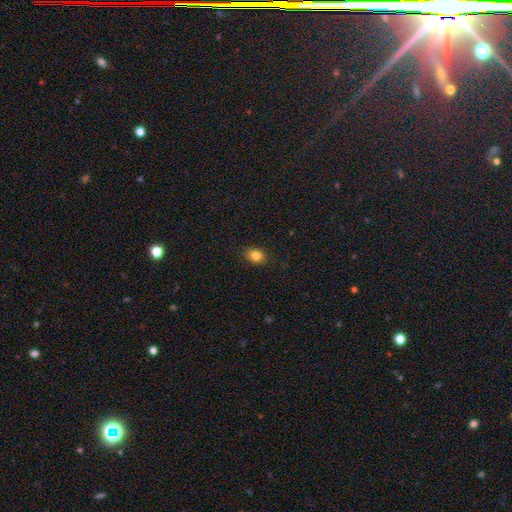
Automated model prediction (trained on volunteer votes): A smooth galaxy with no disk features (83%) that is in between round and cigar-shaped (65%).

Vote fractions:
- Smooth or featured? smooth: 83% / star or artifact: 10% / featured or disk: 6%
- How rounded? in between: 65% / round: 33% / cigar-shaped: 1%
- Merging? none: 88% / minor disturbance: 9% / major disturbance: 2% / merger: 1%